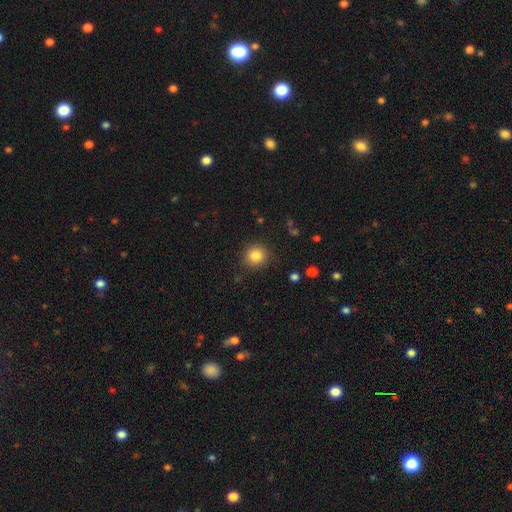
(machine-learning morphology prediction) Smooth or featured: smooth — 84% (star or artifact — 11%)
How rounded: round — 90% (in between — 10%)
Merging: none — 88% (minor disturbance — 8%)